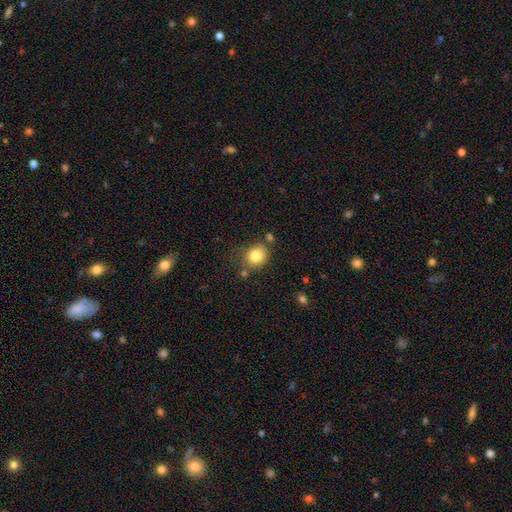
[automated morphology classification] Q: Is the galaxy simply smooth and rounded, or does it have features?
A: smooth — 83%.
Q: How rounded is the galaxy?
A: round — 68%.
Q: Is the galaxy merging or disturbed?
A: none — 73%.